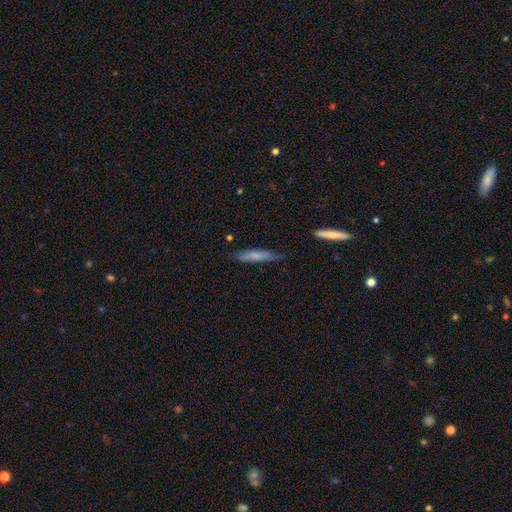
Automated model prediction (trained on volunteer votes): Smooth or featured?
  - smooth: 68% *
  - featured or disk: 26%
  - star or artifact: 6%
How rounded?
  - cigar-shaped: 85% *
  - in between: 13%
  - round: 2%
Merging?
  - none: 74% *
  - minor disturbance: 21%
  - major disturbance: 3%
  - merger: 2%